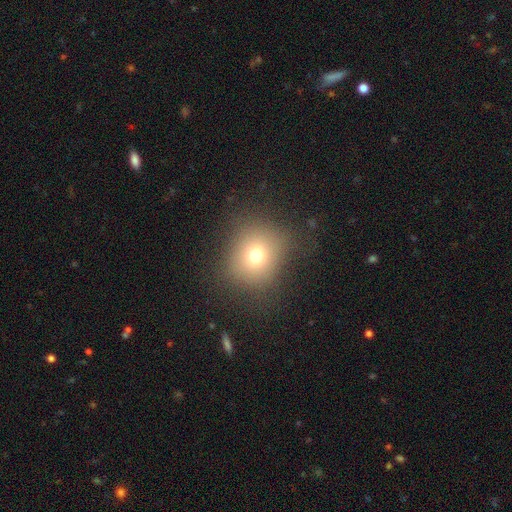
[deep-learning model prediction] Morphology: type=smooth (71%); roundness=round (78%); merging=none (80%).